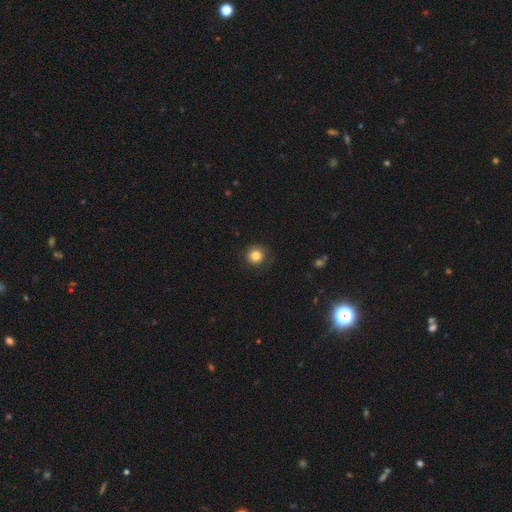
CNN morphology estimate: This appears to be a smooth galaxy with no disk features (85%) that is round (94%). Merging: none (85%).